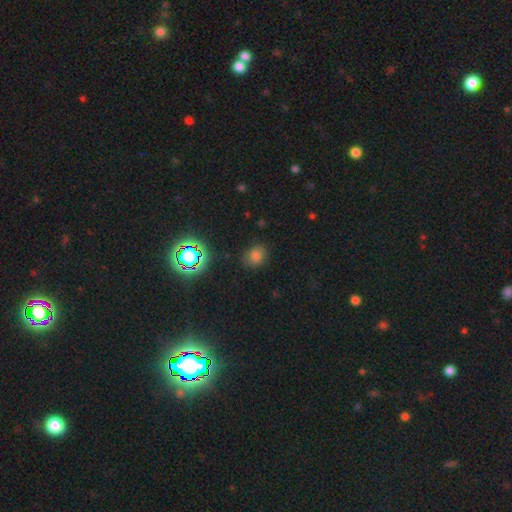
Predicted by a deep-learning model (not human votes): smooth-or-featured: smooth: 71% | star or artifact: 22% | featured or disk: 7%
  how-rounded: round: 66% | in between: 33% | cigar-shaped: 1%
  merging: none: 82% | minor disturbance: 12% | major disturbance: 4% | merger: 2%